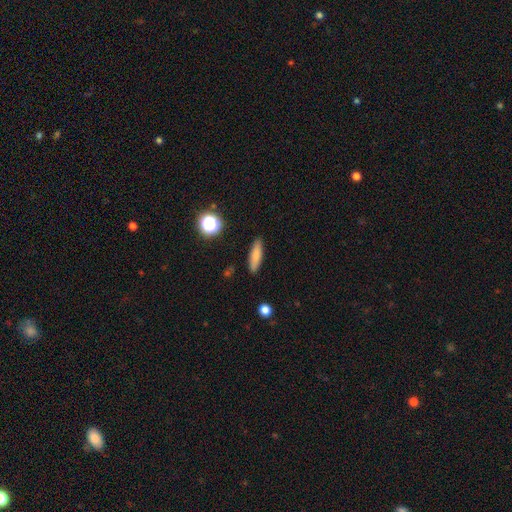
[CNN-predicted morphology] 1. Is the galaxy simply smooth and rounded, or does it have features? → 79% smooth, 12% featured or disk, 9% star or artifact.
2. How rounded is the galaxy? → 66% cigar-shaped, 30% in between, 3% round.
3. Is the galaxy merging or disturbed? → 88% none, 8% minor disturbance, 2% major disturbance, 1% merger.